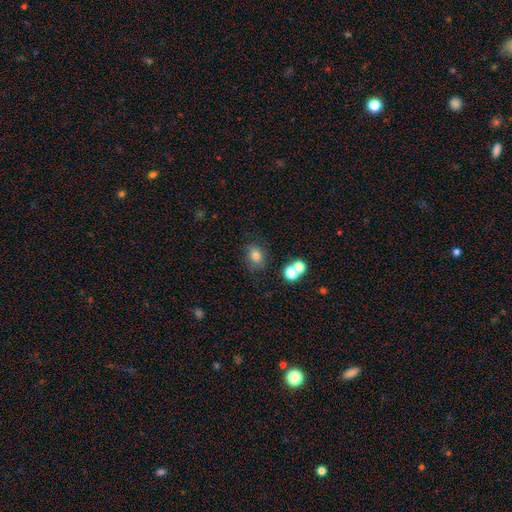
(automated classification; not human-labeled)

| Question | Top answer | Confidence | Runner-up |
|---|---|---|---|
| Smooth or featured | smooth | 79% | star or artifact (13%) |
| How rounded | in between | 54% | round (45%) |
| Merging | none | 69% | minor disturbance (16%) |